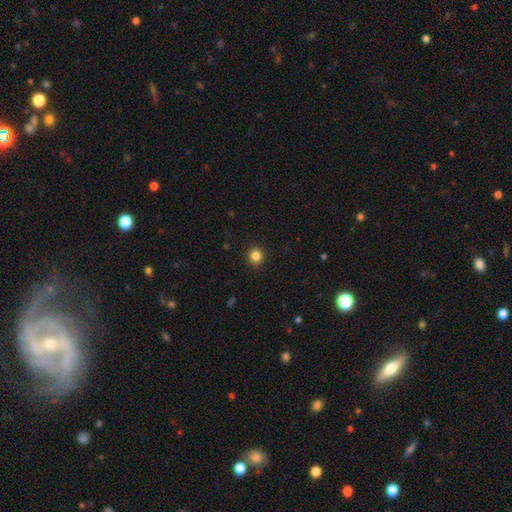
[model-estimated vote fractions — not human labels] smooth_or_featured: smooth (p=0.85) [alt: star or artifact p=0.11]
how_rounded: round (p=0.84) [alt: in between p=0.15]
merging: none (p=0.88) [alt: minor disturbance p=0.08]